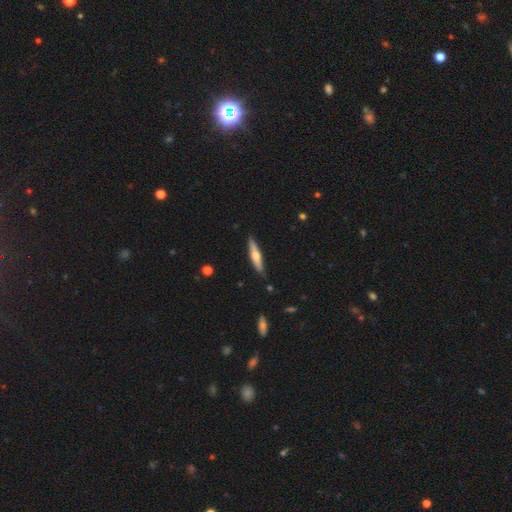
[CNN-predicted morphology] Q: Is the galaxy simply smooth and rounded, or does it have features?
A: featured or disk — 52%.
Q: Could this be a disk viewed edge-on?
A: yes — 94%.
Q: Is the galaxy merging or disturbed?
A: none — 87%.